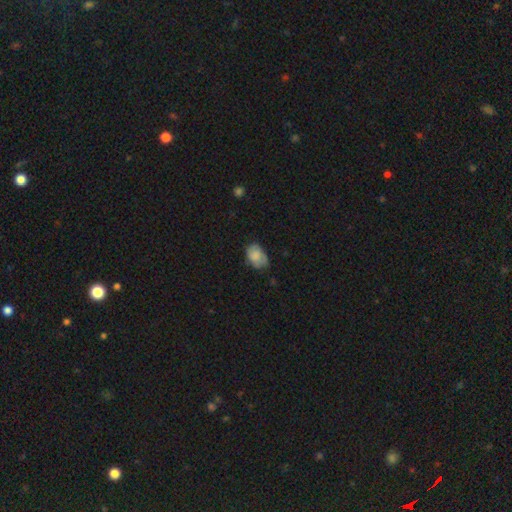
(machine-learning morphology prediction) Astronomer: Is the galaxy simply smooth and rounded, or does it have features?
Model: smooth — 78%.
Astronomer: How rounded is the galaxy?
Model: in between — 82%.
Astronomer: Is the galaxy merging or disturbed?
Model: none — 56% (runner-up: minor disturbance, 33%).